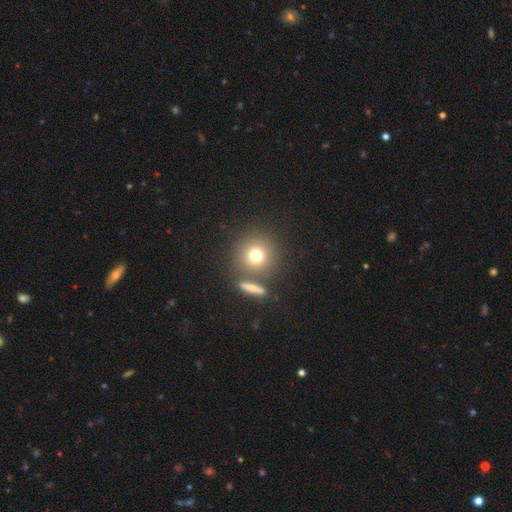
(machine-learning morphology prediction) smooth-or-featured: smooth: 73% | star or artifact: 14% | featured or disk: 13%
  how-rounded: round: 92% | in between: 6% | cigar-shaped: 1%
  merging: none: 75% | merger: 12% | minor disturbance: 8% | major disturbance: 4%